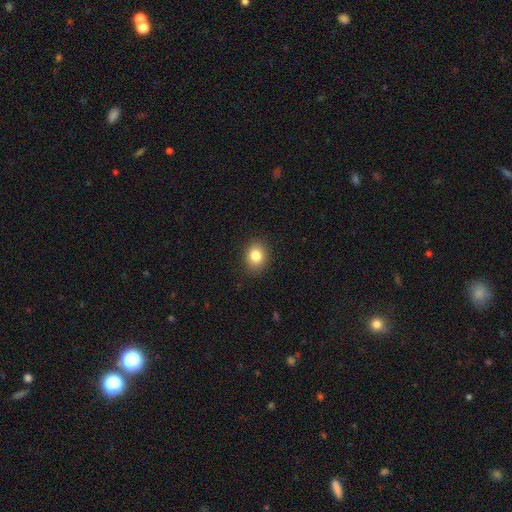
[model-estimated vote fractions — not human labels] Smooth or featured? smooth (83%)
How rounded? round (51%)
Merging? none (88%)